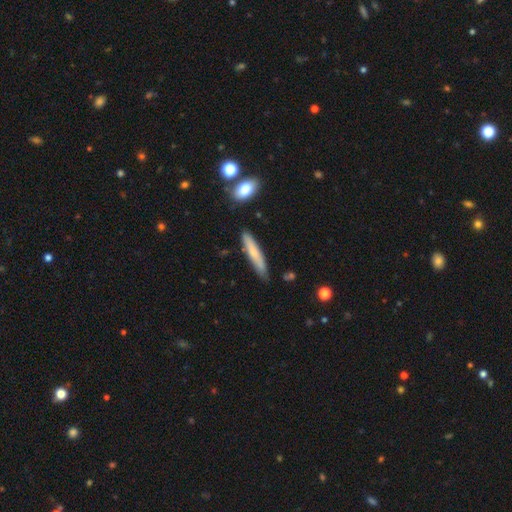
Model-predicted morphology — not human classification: smooth 66%, featured or disk 28%, star or artifact 7%. Down the decision tree: how rounded — cigar-shaped (91%); merging — none (84%).